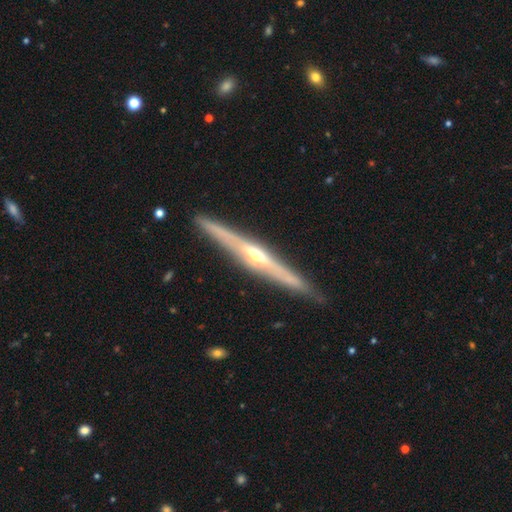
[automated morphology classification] featured or disk 82%, smooth 13%, star or artifact 5%. Down the decision tree: edge-on disk — yes (97%); edge-on bulge — rounded (85%); merging — none (89%).